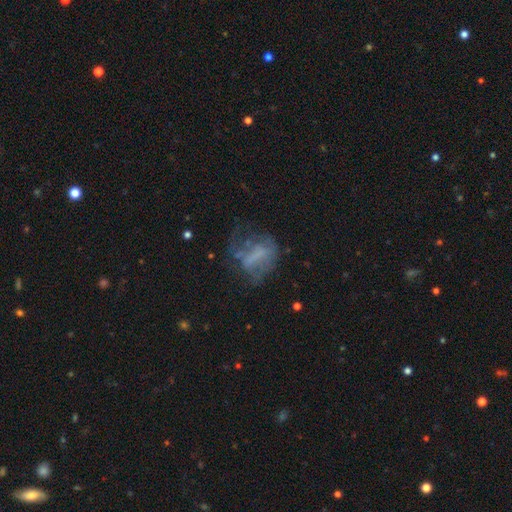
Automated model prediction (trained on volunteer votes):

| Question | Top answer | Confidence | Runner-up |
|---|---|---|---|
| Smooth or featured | featured or disk | 49% | smooth (35%) |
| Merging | none | 38% | major disturbance (36%) |